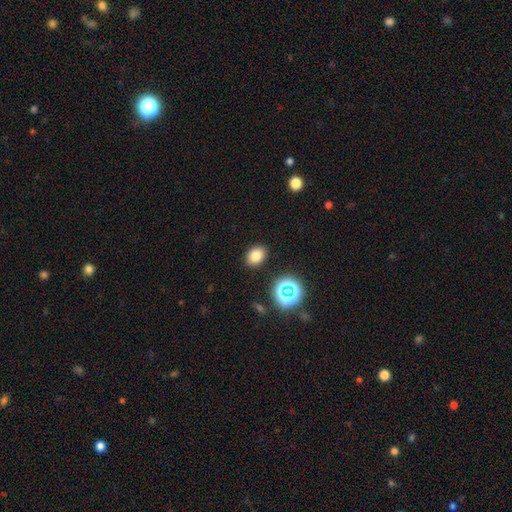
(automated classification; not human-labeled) A smooth galaxy with no disk features (78%) that is in between round and cigar-shaped (69%).

Vote fractions:
- Smooth or featured? smooth: 78% / star or artifact: 15% / featured or disk: 7%
- How rounded? in between: 69% / round: 30% / cigar-shaped: 1%
- Merging? none: 88% / minor disturbance: 8% / major disturbance: 3% / merger: 2%